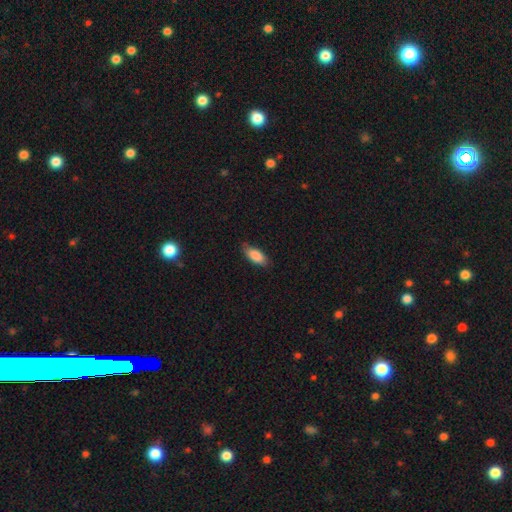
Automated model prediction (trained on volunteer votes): The model was most divided on "merging": none: 79%, minor disturbance: 17%, major disturbance: 3%, merger: 1%. More confident: smooth or featured — smooth (87%); how rounded — in between (84%).